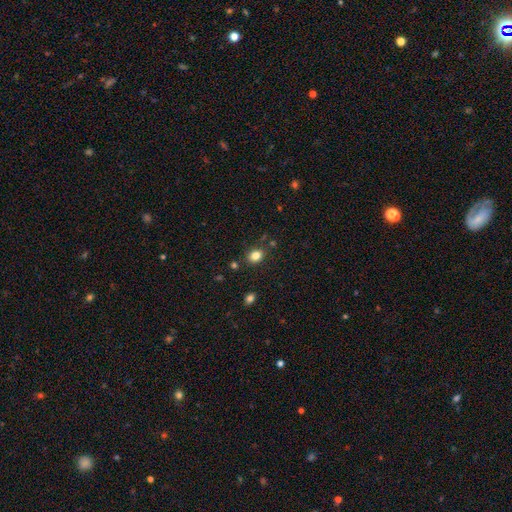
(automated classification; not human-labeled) This appears to be a smooth galaxy with no disk features (82%) that is in between round and cigar-shaped (51%). Merging: none (82%).